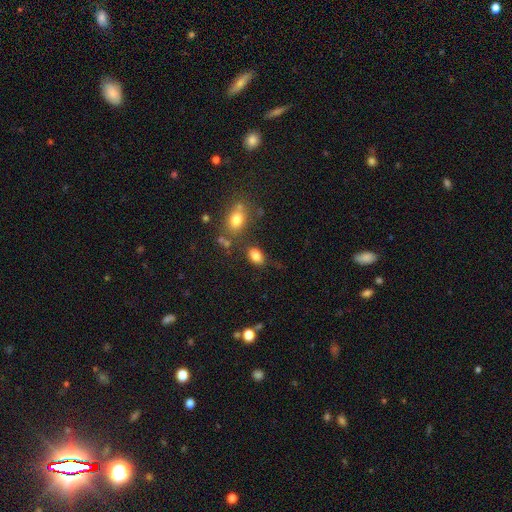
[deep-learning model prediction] Smooth or featured?
  - smooth: 83% *
  - star or artifact: 10%
  - featured or disk: 7%
How rounded?
  - in between: 88% *
  - round: 11%
  - cigar-shaped: 2%
Merging?
  - none: 74% *
  - minor disturbance: 14%
  - merger: 7%
  - major disturbance: 5%